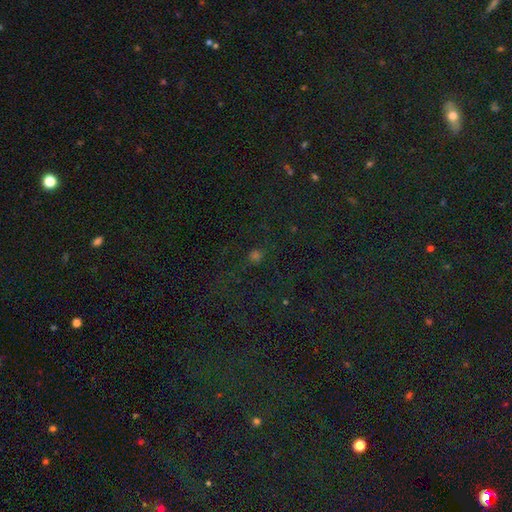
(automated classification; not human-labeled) star or artifact 57%, smooth 34%, featured or disk 9%.